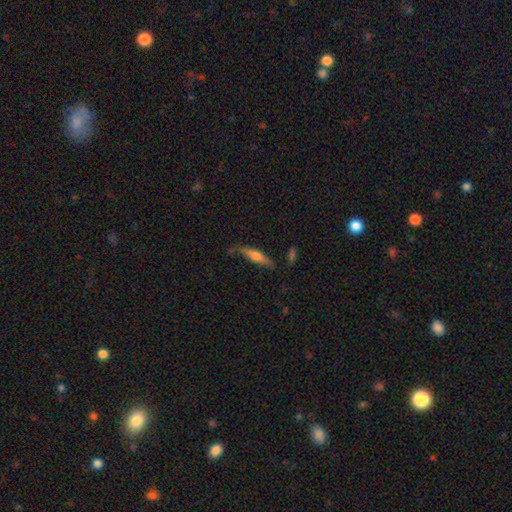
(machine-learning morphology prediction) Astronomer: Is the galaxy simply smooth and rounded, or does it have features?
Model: smooth — 54% (runner-up: featured or disk, 39%).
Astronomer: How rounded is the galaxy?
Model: cigar-shaped — 77%.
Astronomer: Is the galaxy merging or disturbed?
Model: none — 66%.